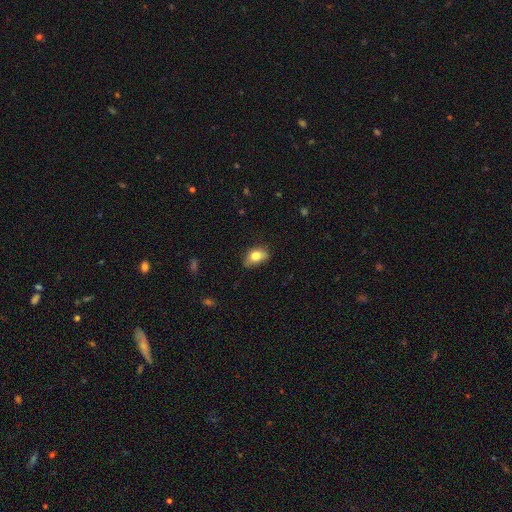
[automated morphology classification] type=smooth (74%); roundness=in between (79%); merging=none (59%).